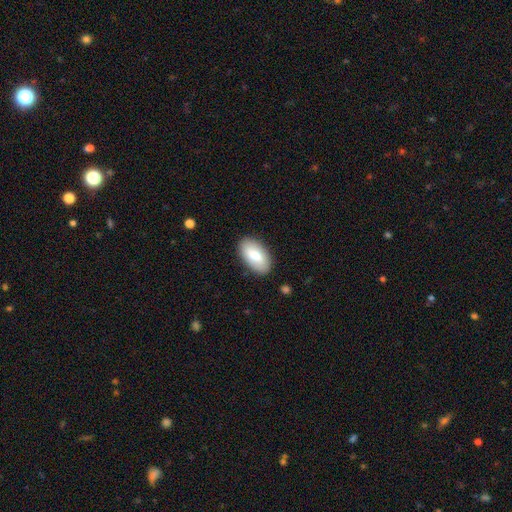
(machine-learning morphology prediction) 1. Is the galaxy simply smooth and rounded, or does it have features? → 75% smooth, 19% featured or disk, 6% star or artifact.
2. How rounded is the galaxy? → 95% in between, 3% round, 2% cigar-shaped.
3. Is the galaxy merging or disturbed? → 88% none, 9% minor disturbance, 2% major disturbance, 1% merger.